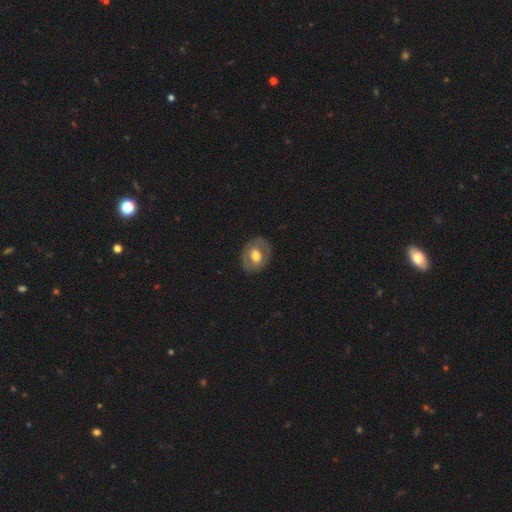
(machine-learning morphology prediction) Smooth or featured: featured or disk — 49% (smooth — 45%)
Merging: none — 81% (minor disturbance — 14%)